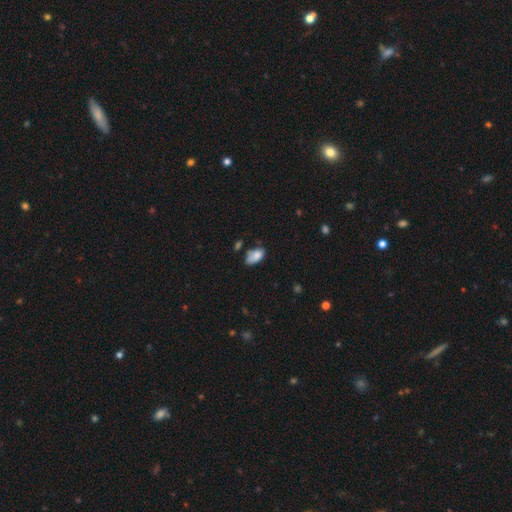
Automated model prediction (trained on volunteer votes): smooth 82%, featured or disk 10%, star or artifact 8%. Down the decision tree: how rounded — in between (93%); merging — none (49%).